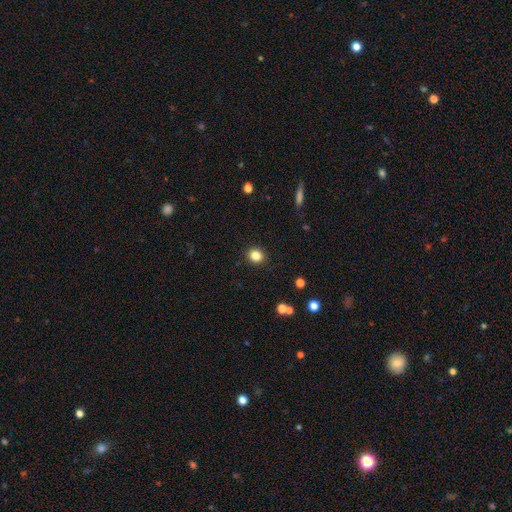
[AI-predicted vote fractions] Overall: smooth (83%). How rounded: round (85%). Merging: none (92%).